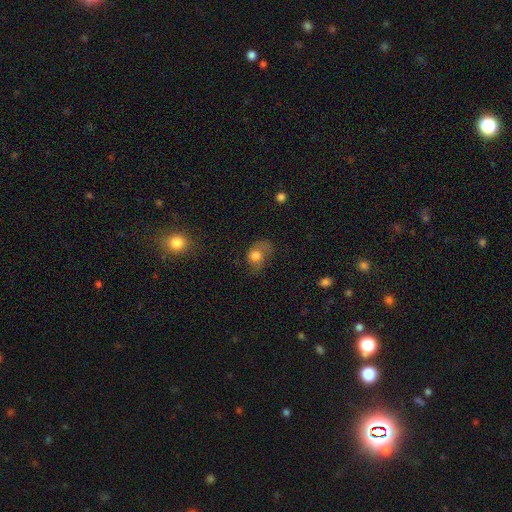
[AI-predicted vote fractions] Overall: smooth (62%; featured or disk 27%). How rounded: in between (54%; round 45%). Merging: none (38%; major disturbance 30%).